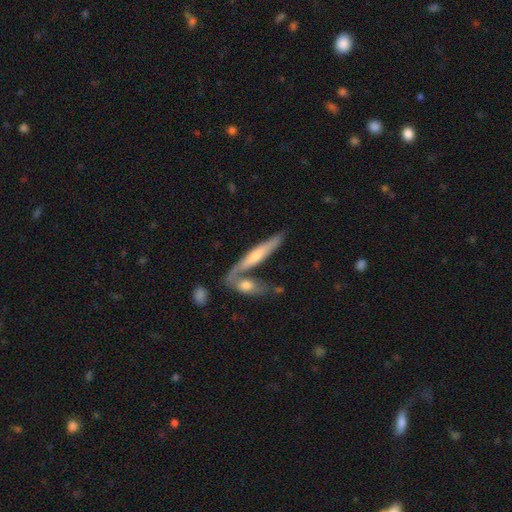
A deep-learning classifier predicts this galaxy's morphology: Smooth or featured: featured or disk — 67% (smooth — 24%)
Edge-on disk: yes — 88% (no — 12%)
Edge-on bulge: rounded — 83% (none — 10%)
Merging: none — 56% (merger — 28%)